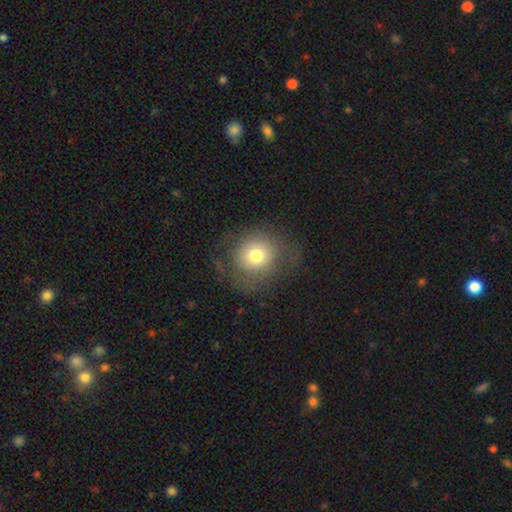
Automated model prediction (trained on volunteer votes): A smooth galaxy with no disk features (70%) that is round (83%). Merging: none (68%).